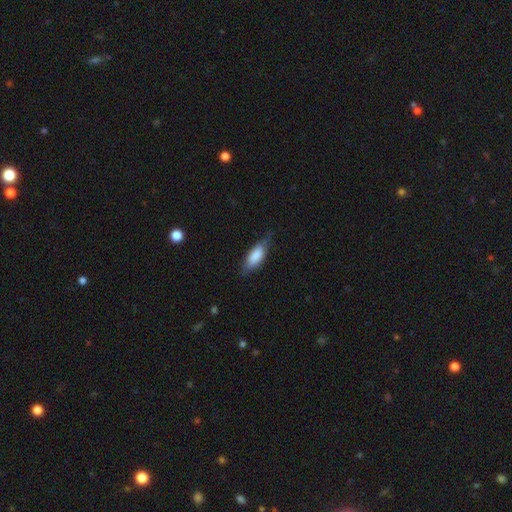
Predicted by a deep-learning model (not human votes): Morphology: type=smooth (78%); roundness=in between (76%); merging=none (62%).